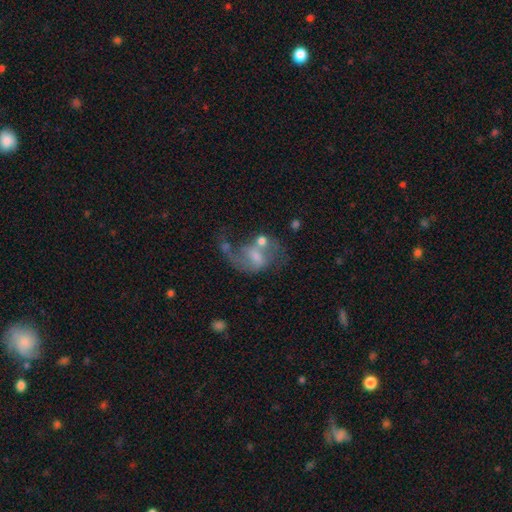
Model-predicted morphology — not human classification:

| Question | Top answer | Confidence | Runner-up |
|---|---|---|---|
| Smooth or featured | featured or disk | 73% | smooth (17%) |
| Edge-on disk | no | 97% | yes (3%) |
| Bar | weak | 48% | no (39%) |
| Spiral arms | yes | 86% | no (14%) |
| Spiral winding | loose | 62% | medium (31%) |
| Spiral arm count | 2 | 62% | 1 (29%) |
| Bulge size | moderate | 39% | small (35%) |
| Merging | none | 33% | major disturbance (27%) |